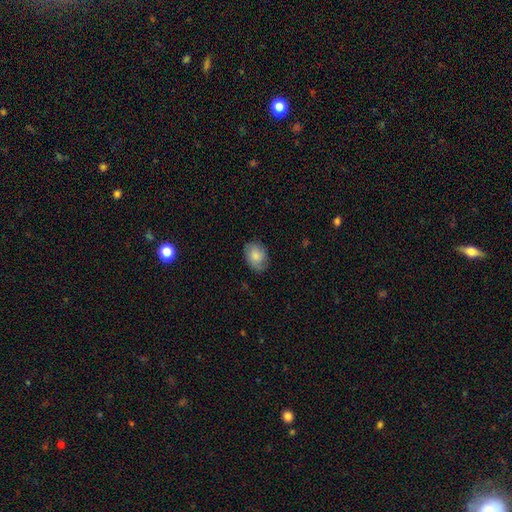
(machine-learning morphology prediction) Smooth or featured? Predicted: smooth (p=0.74). How rounded? Predicted: in between (p=0.68). Merging? Predicted: none (p=0.73).